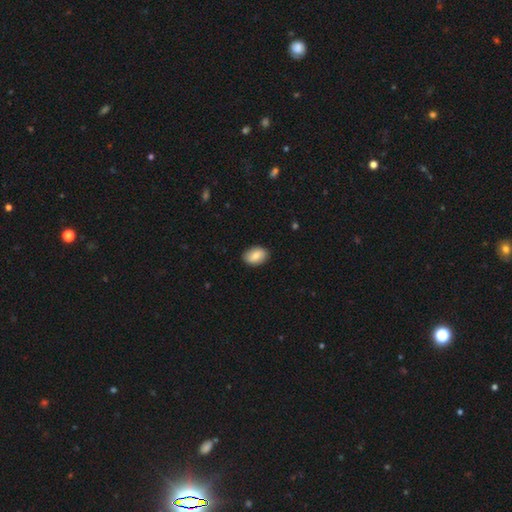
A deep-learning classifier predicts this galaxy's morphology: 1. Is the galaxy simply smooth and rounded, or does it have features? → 79% smooth, 14% featured or disk, 7% star or artifact.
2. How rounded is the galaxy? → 82% in between, 16% round, 1% cigar-shaped.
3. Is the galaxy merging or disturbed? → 88% none, 9% minor disturbance, 2% major disturbance, 1% merger.